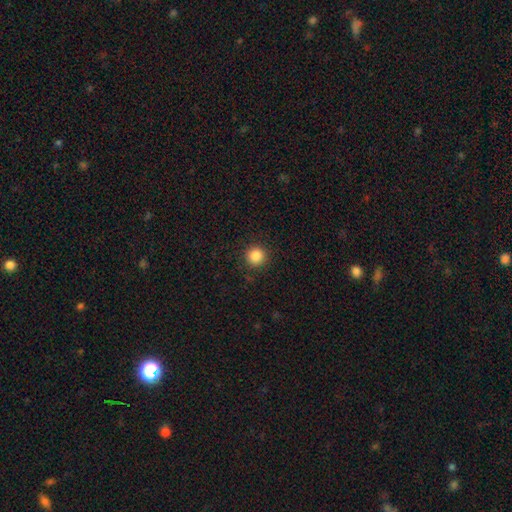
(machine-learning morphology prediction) smooth_or_featured: smooth (p=0.86) [alt: star or artifact p=0.11]
how_rounded: round (p=0.95) [alt: in between p=0.04]
merging: none (p=0.91) [alt: minor disturbance p=0.06]